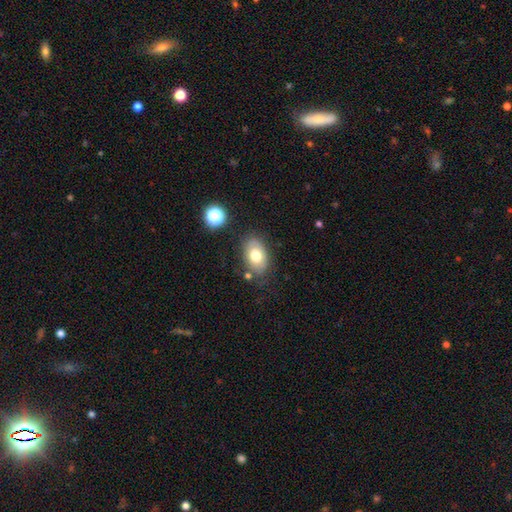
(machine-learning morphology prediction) Smooth or featured: smooth — 71% (featured or disk — 20%)
How rounded: in between — 87% (round — 12%)
Merging: none — 74% (minor disturbance — 17%)